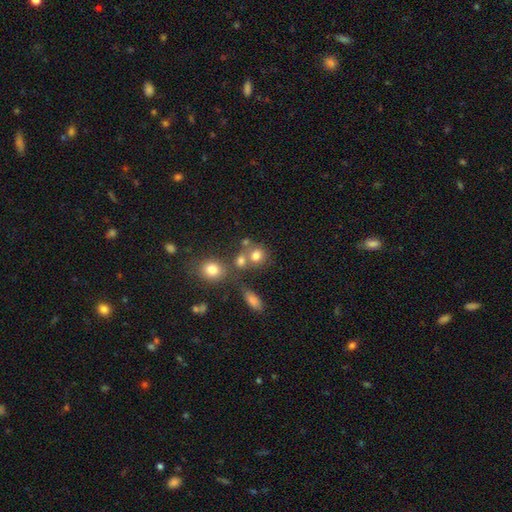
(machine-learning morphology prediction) This is likely a smooth galaxy (75%). How rounded: likely round (76%). Merging: possibly none (52%).